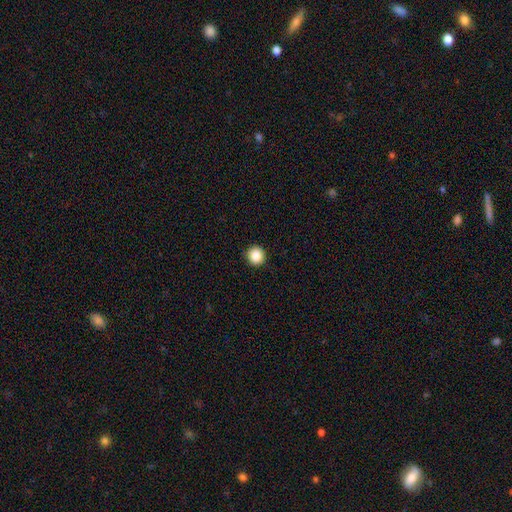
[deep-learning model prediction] smooth-or-featured: smooth: 87% | star or artifact: 10% | featured or disk: 3%
  how-rounded: round: 94% | in between: 6% | cigar-shaped: 1%
  merging: none: 93% | minor disturbance: 5% | major disturbance: 2% | merger: 1%